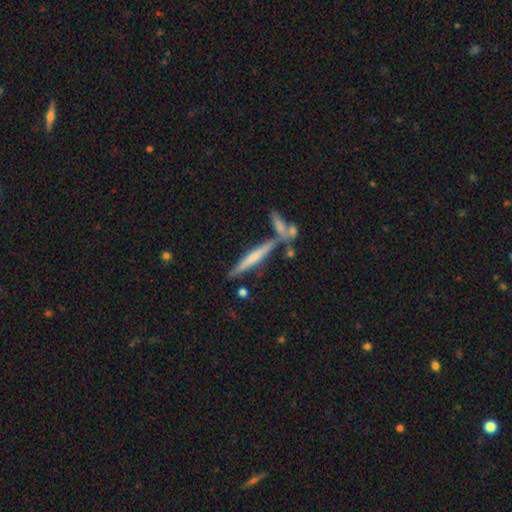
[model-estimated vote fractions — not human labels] Morphology: type=featured or disk (52%); edge-on=yes (95%); merging=none (69%).